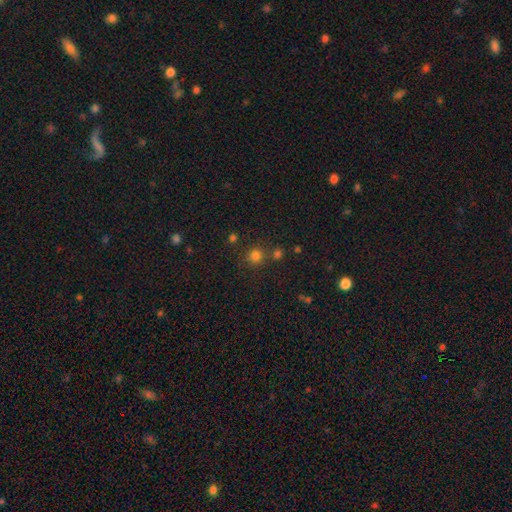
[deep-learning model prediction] Smooth or featured?
  - smooth: 77% *
  - star or artifact: 18%
  - featured or disk: 5%
How rounded?
  - round: 91% *
  - in between: 8%
  - cigar-shaped: 1%
Merging?
  - none: 75% *
  - merger: 14%
  - minor disturbance: 8%
  - major disturbance: 3%